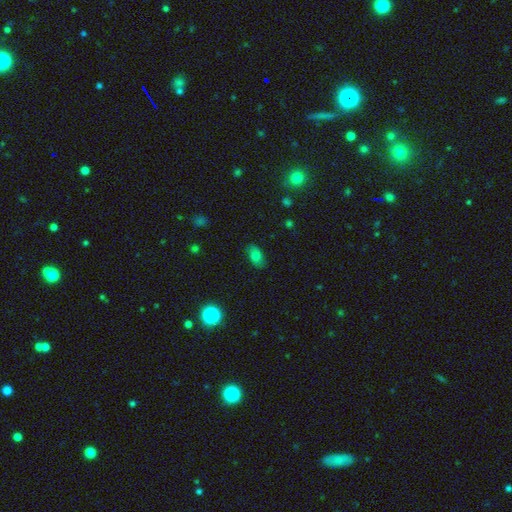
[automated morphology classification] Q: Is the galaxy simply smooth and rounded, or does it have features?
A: smooth — 74%.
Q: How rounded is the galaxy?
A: in between — 89%.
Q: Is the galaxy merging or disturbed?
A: none — 81%.